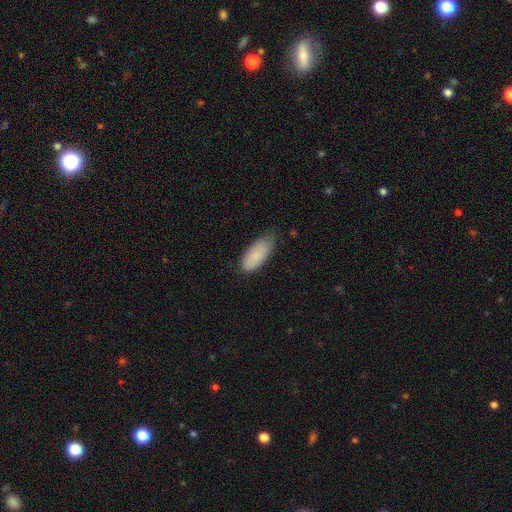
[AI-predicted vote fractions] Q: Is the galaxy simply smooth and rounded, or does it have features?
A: smooth — 84%.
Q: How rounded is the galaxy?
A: in between — 86%.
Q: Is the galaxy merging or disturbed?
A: none — 63%.